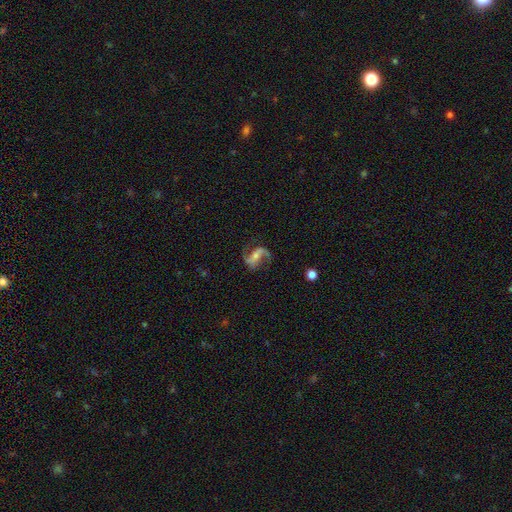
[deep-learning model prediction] The model was most divided on "bar": weak: 36%, no: 34%, strong: 31%. Remaining: edge-on disk — no (97%); spiral arms — yes (96%); spiral arm count — 2 (92%); smooth or featured — featured or disk (87%); merging — none (74%); spiral winding — loose (62%); bulge size — small (48%).